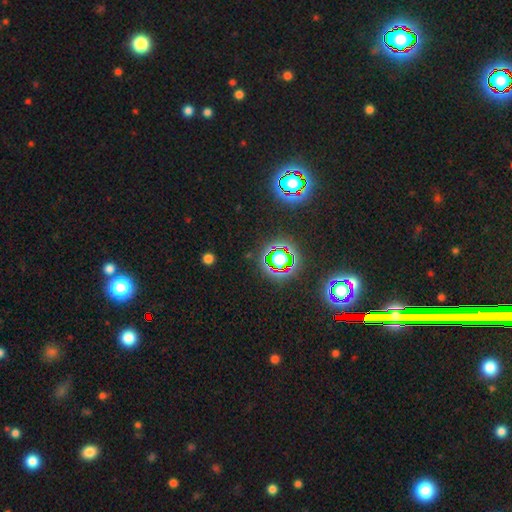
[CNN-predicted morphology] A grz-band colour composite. It shows a star or artifact, not a galaxy (79%).